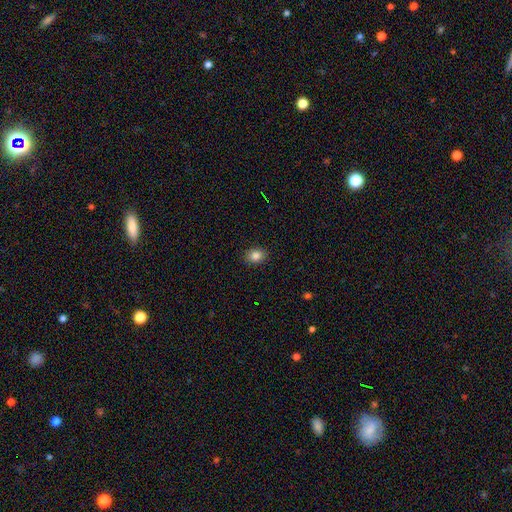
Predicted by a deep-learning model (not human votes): This appears to be a smooth galaxy with no disk features (85%) that is in between round and cigar-shaped (59%). Merging: none (89%).